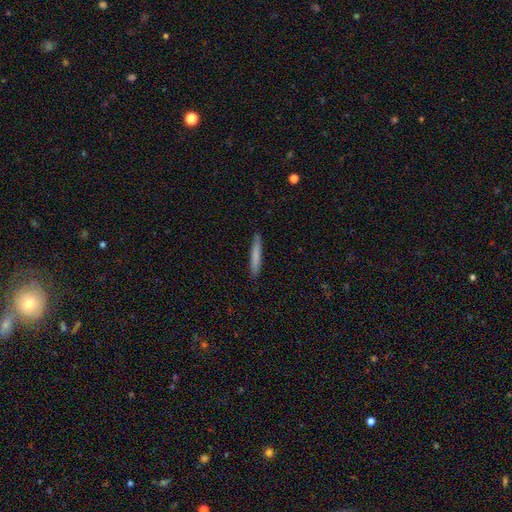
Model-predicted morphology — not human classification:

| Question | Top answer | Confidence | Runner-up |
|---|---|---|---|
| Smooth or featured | smooth | 77% | featured or disk (17%) |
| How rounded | cigar-shaped | 95% | in between (4%) |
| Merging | none | 90% | minor disturbance (7%) |